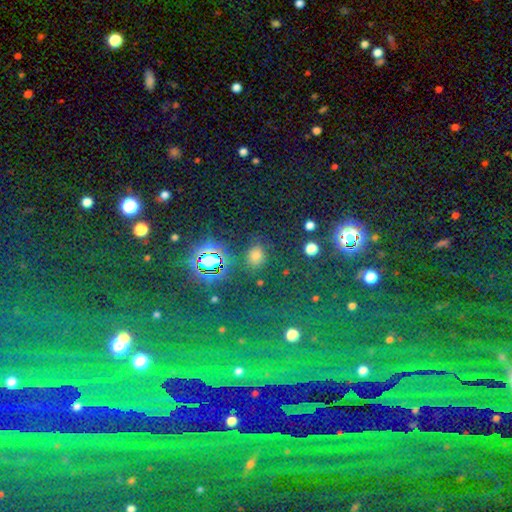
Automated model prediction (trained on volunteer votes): smooth_or_featured: smooth (p=0.59) [alt: star or artifact p=0.34]
how_rounded: round (p=0.54) [alt: in between p=0.44]
merging: none (p=0.77) [alt: minor disturbance p=0.12]